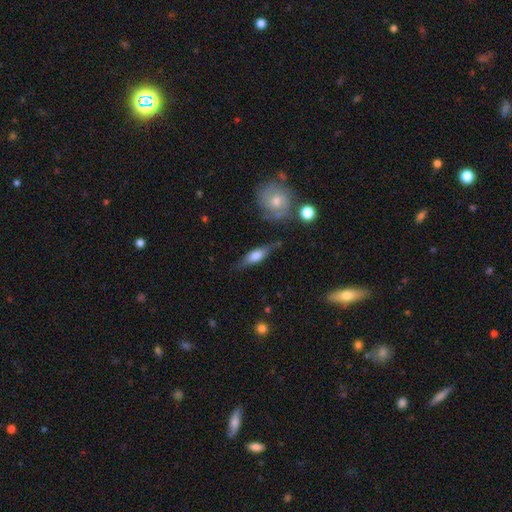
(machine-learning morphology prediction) A smooth galaxy with no disk features (51%) that is cigar-shaped (49%). Merging: none (72%).